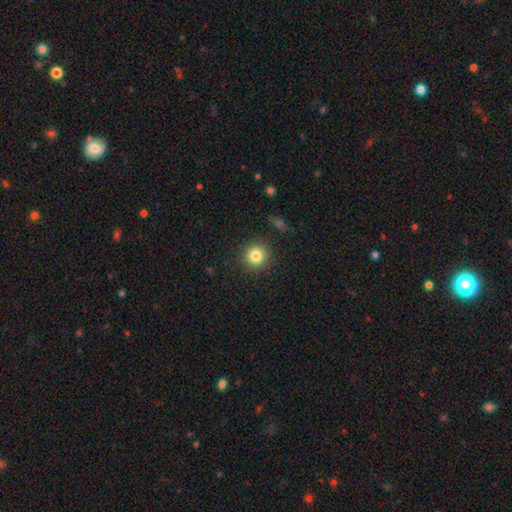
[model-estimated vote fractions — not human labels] smooth-or-featured: smooth: 83% | star or artifact: 11% | featured or disk: 7%
  how-rounded: round: 94% | in between: 5% | cigar-shaped: 1%
  merging: none: 90% | minor disturbance: 6% | major disturbance: 2% | merger: 1%